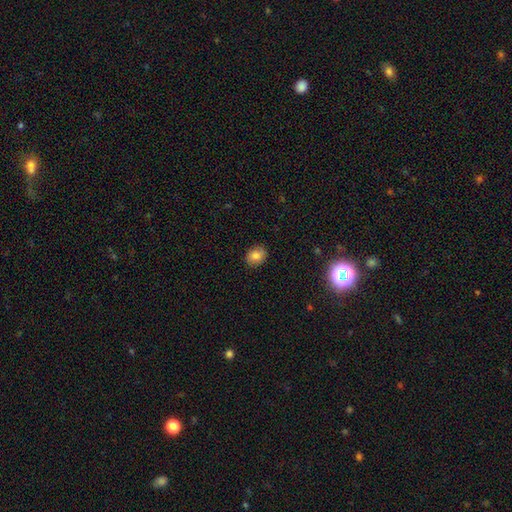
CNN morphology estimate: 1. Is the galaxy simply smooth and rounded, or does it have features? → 81% smooth, 10% star or artifact, 8% featured or disk.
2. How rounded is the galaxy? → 50% in between, 49% round, 1% cigar-shaped.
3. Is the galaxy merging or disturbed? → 89% none, 8% minor disturbance, 2% major disturbance, 1% merger.